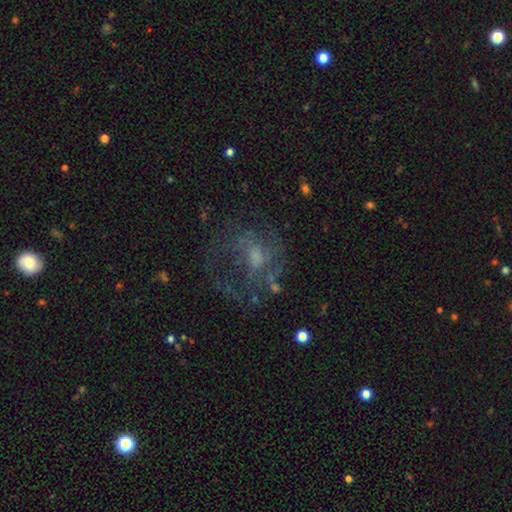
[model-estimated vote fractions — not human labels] A featured or disk galaxy (61%) with no bar (63%), spiral arms (56%) and a small central bulge (38%). Merging: none (46%).